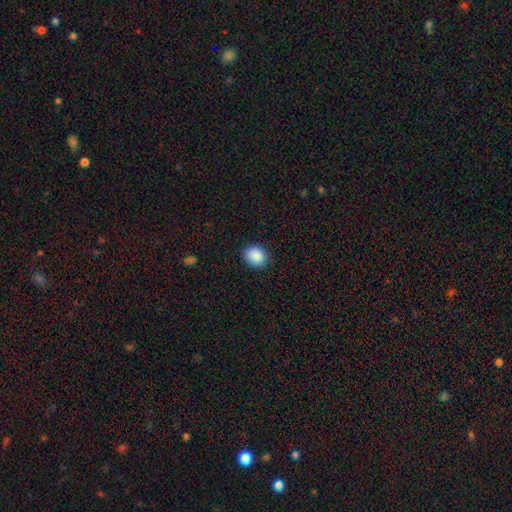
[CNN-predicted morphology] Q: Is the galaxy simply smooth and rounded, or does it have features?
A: smooth — 89%.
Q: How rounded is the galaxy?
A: round — 70%.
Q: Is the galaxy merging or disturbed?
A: none — 88%.